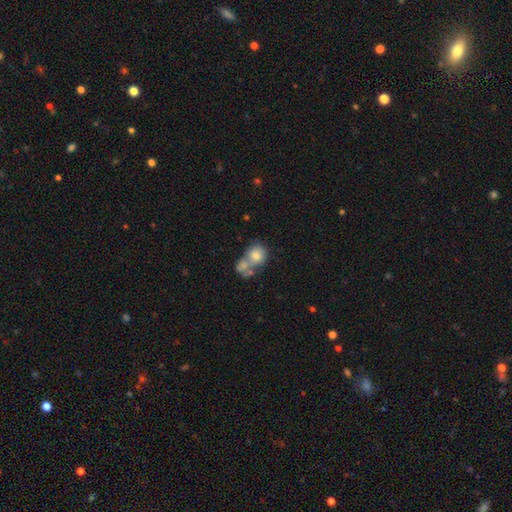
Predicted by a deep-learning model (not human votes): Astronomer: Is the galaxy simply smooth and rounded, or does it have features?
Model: smooth — 71%.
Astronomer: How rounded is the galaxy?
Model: round — 62%.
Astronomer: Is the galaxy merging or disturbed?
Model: merger — 60%.